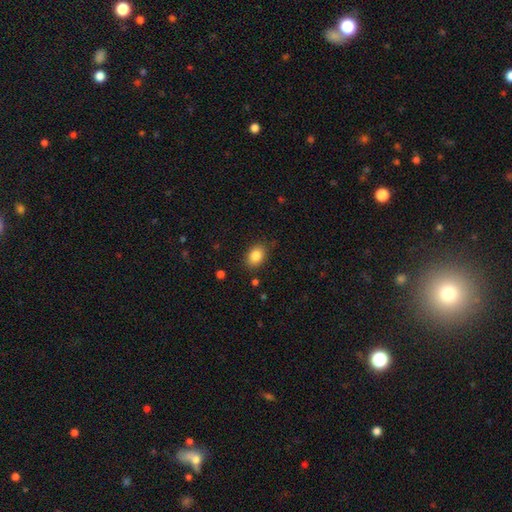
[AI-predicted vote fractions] smooth_or_featured: smooth (p=0.85) [alt: star or artifact p=0.09]
how_rounded: in between (p=0.76) [alt: round p=0.23]
merging: none (p=0.83) [alt: minor disturbance p=0.12]